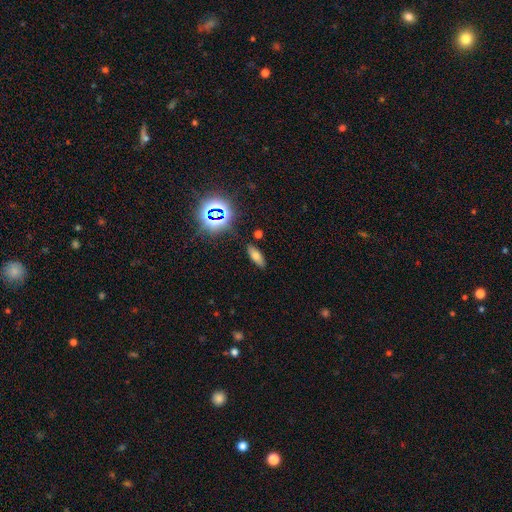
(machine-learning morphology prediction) Smooth or featured: smooth — 63% (star or artifact — 22%)
How rounded: in between — 71% (cigar-shaped — 24%)
Merging: none — 85% (minor disturbance — 10%)